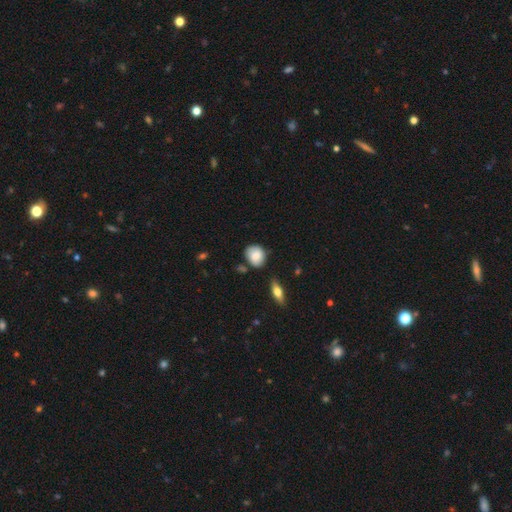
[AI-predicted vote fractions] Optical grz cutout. It shows a smooth galaxy with no disk features (82%) that is round (58%). Merging: none (65%).